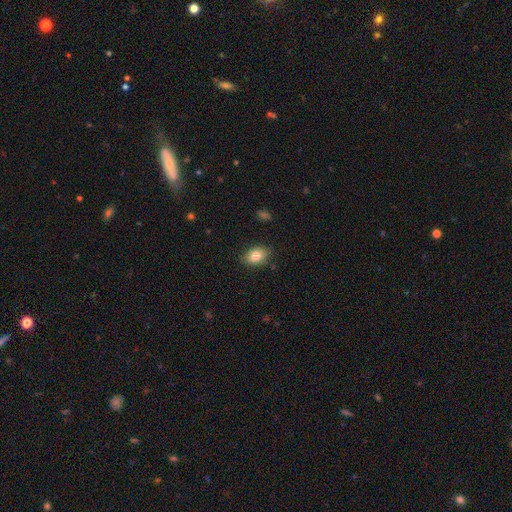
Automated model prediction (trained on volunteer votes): Smooth or featured?
  - smooth: 81% *
  - featured or disk: 10%
  - star or artifact: 9%
How rounded?
  - in between: 80% *
  - round: 18%
  - cigar-shaped: 1%
Merging?
  - none: 86% *
  - minor disturbance: 11%
  - major disturbance: 2%
  - merger: 1%